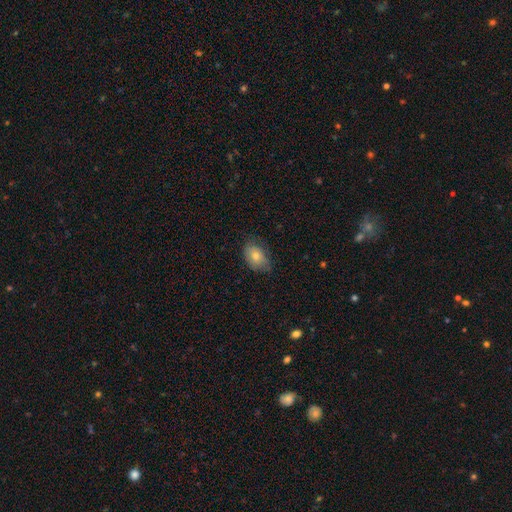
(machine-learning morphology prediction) This appears to be a smooth galaxy with no disk features (70%) that is in between round and cigar-shaped (84%). Merging: none (68%).